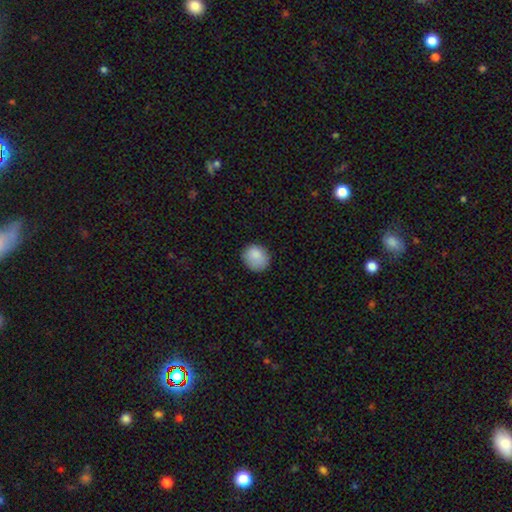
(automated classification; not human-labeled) Smooth or featured?
  - smooth: 86% *
  - star or artifact: 8%
  - featured or disk: 6%
How rounded?
  - round: 71% *
  - in between: 28%
  - cigar-shaped: 1%
Merging?
  - none: 78% *
  - minor disturbance: 17%
  - major disturbance: 4%
  - merger: 1%